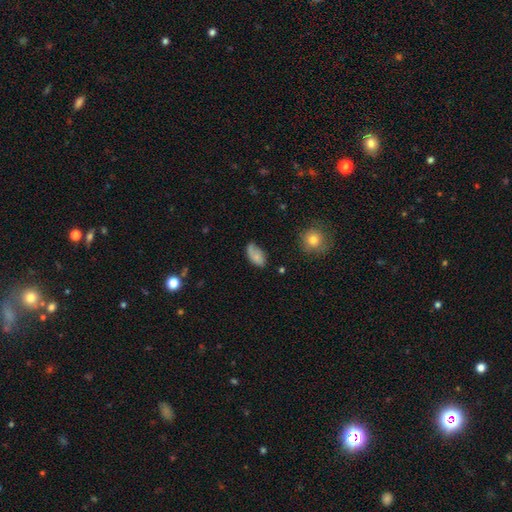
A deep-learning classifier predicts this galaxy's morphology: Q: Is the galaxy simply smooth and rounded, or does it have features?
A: smooth — 69%.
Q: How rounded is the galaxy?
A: in between — 92%.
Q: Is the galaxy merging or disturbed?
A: none — 50%.